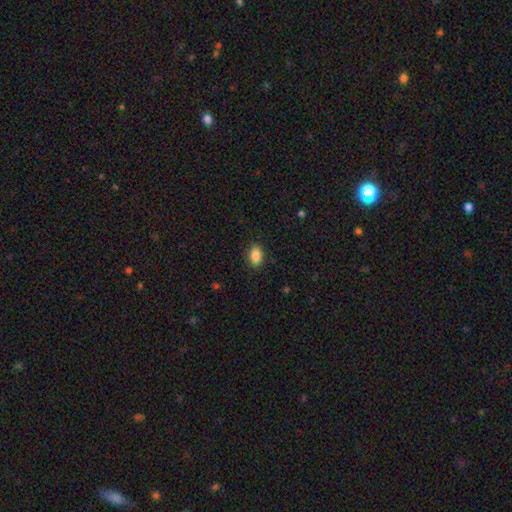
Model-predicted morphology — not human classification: The model was most divided on "how rounded": in between: 81%, round: 17%, cigar-shaped: 1%. More confident: merging — none (88%); smooth or featured — smooth (87%).